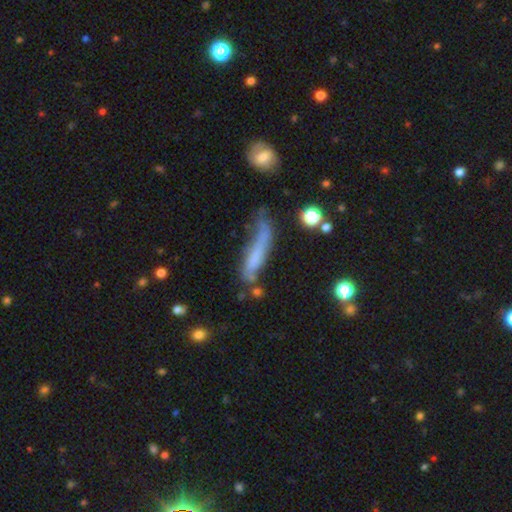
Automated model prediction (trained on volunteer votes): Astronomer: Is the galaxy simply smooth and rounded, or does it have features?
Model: smooth — 57% (runner-up: featured or disk, 33%).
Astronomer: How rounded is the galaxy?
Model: cigar-shaped — 80%.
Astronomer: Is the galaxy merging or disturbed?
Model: none — 33% (runner-up: minor disturbance, 30%).